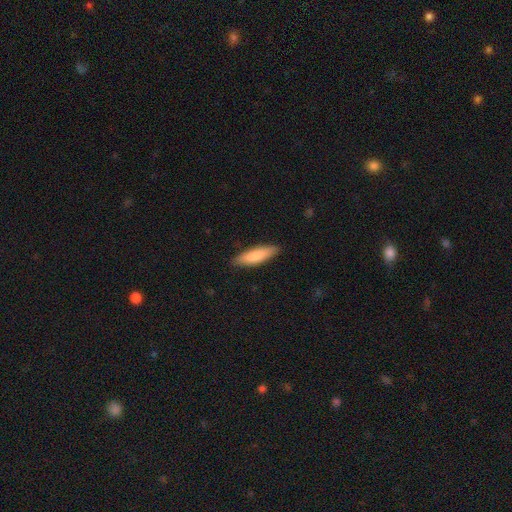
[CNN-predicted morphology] Smooth or featured? Predicted: smooth (p=0.82). How rounded? Predicted: cigar-shaped (p=0.62). Merging? Predicted: none (p=0.87).